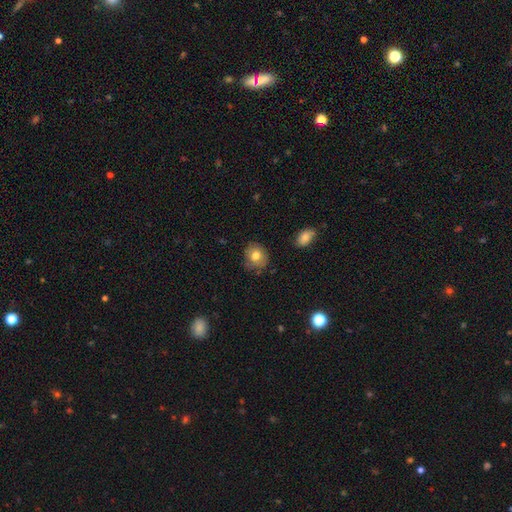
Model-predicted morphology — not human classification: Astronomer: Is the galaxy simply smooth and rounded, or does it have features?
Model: smooth — 78%.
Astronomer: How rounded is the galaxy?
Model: round — 73%.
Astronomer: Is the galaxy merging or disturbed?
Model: none — 78%.